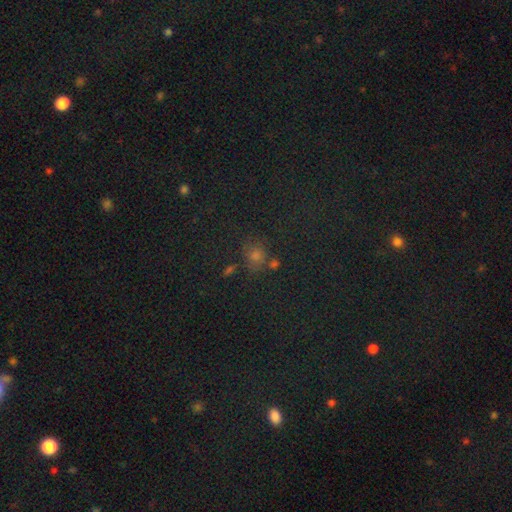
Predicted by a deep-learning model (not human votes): Smooth or featured: smooth — 56% (star or artifact — 35%)
How rounded: round — 77% (in between — 22%)
Merging: none — 68% (minor disturbance — 14%)